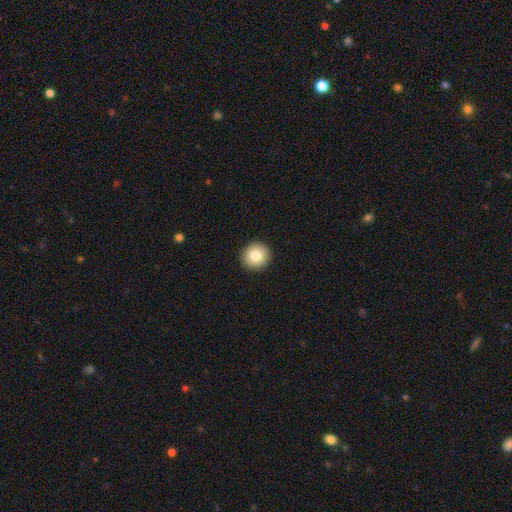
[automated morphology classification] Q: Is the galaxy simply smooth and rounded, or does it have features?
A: smooth — 81%.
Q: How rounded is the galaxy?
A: round — 92%.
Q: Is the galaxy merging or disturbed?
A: none — 93%.